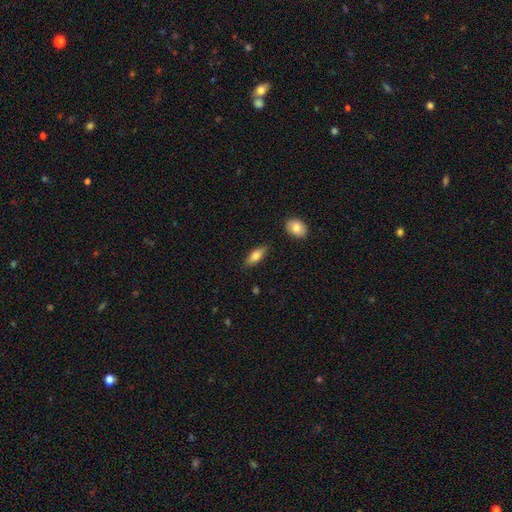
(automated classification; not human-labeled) Overall: smooth (75%). How rounded: in between (76%). Merging: none (83%).